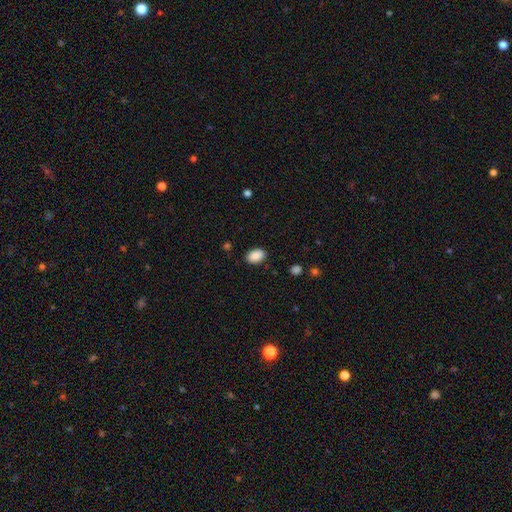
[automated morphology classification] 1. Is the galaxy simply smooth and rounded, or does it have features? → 89% smooth, 7% star or artifact, 3% featured or disk.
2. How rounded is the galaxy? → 86% in between, 13% round, 1% cigar-shaped.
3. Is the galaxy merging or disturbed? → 87% none, 9% minor disturbance, 2% major disturbance, 1% merger.